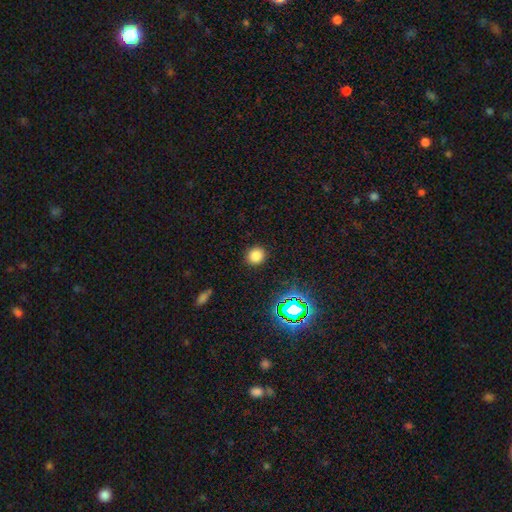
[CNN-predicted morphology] This is likely a smooth galaxy (78%). How rounded: likely round (80%). Merging: clearly none (90%).